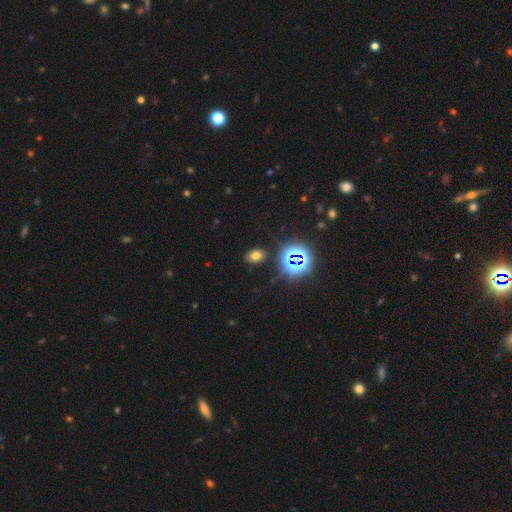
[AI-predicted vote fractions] smooth 61%, star or artifact 30%, featured or disk 9%. Down the decision tree: how rounded — in between (73%); merging — none (84%).